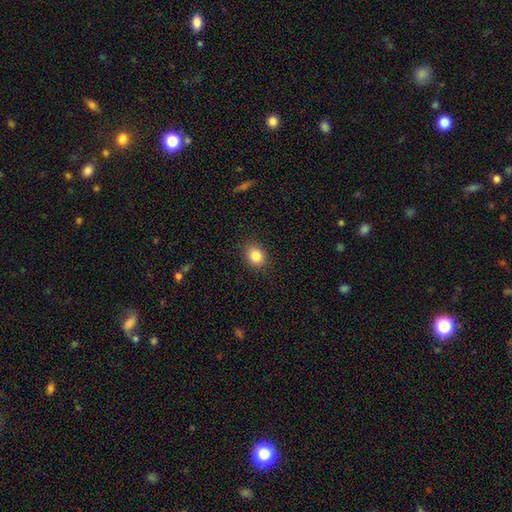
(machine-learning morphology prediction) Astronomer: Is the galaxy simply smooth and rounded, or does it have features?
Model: smooth — 83%.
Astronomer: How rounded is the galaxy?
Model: round — 61% (runner-up: in between, 38%).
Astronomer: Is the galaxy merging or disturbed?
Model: none — 89%.